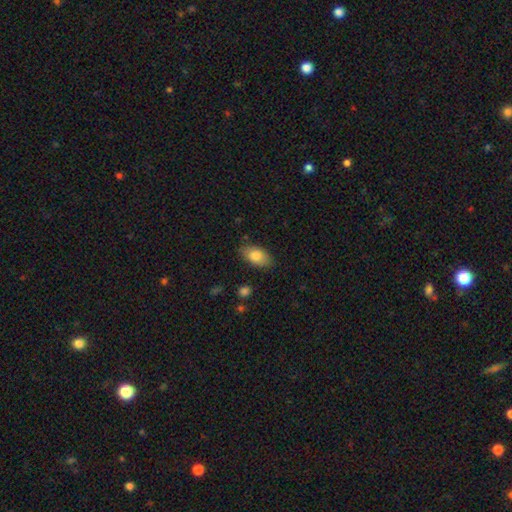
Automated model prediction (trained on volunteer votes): The model was most divided on "merging": none: 83%, minor disturbance: 13%, major disturbance: 3%, merger: 1%. More confident: how rounded — in between (92%); smooth or featured — smooth (82%).